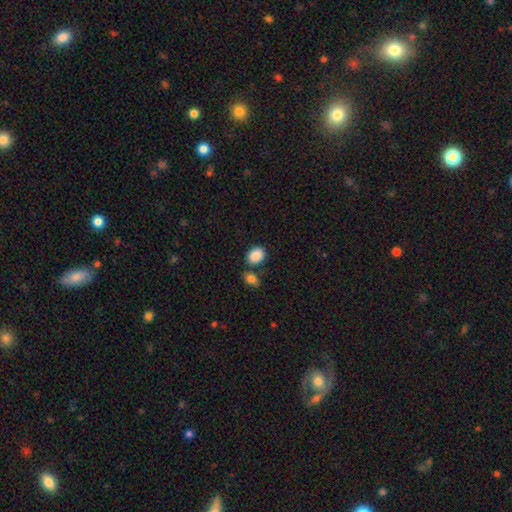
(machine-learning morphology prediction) type=smooth (89%); roundness=in between (69%); merging=none (68%).